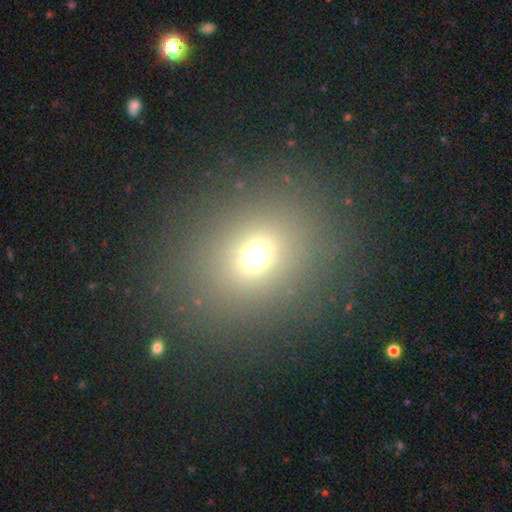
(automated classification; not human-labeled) The model was most divided on "how rounded": round: 63%, in between: 36%, cigar-shaped: 2%. More confident: merging — none (80%); smooth or featured — smooth (67%).